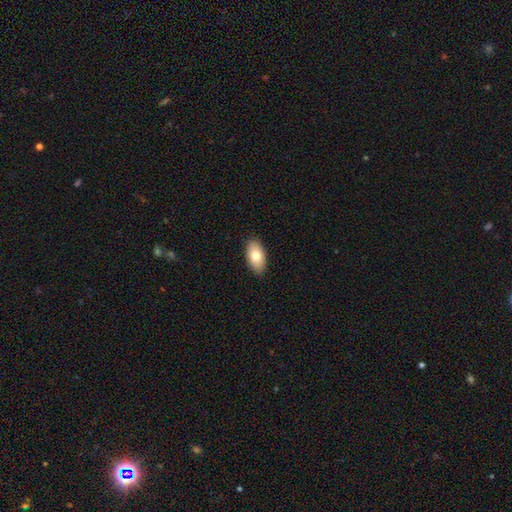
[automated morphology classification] This appears to be a smooth galaxy with no disk features (79%) that is in between round and cigar-shaped (94%). Merging: none (89%).